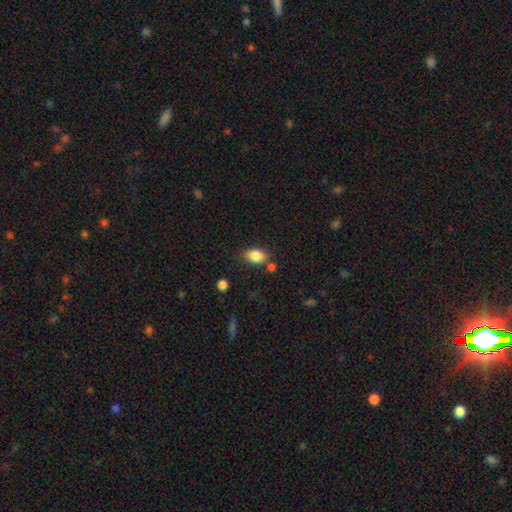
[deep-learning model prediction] The model was most divided on "merging": none: 72%, minor disturbance: 15%, merger: 9%, major disturbance: 4%. More confident: smooth or featured — smooth (85%); how rounded — in between (82%).